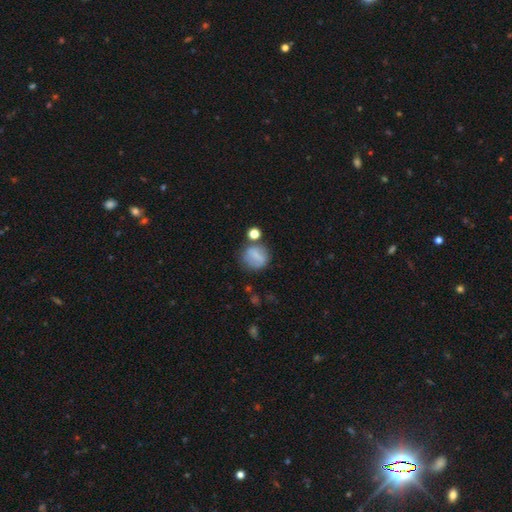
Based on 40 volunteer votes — This appears to be a smooth galaxy with no disk features (52%) that is round (95%). Merging: none (86%).